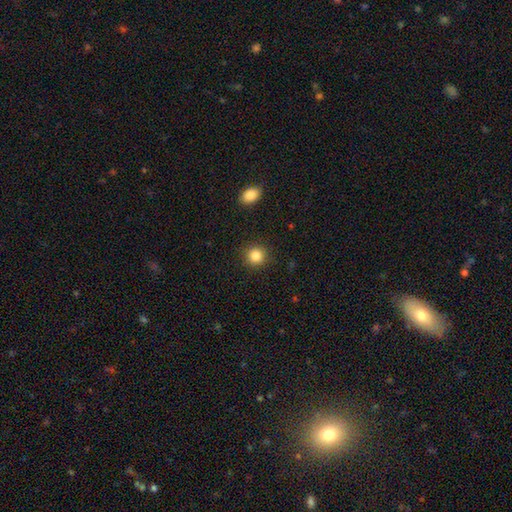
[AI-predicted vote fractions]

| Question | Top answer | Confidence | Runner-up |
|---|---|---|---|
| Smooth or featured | smooth | 85% | star or artifact (10%) |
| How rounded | round | 92% | in between (7%) |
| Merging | none | 91% | minor disturbance (6%) |